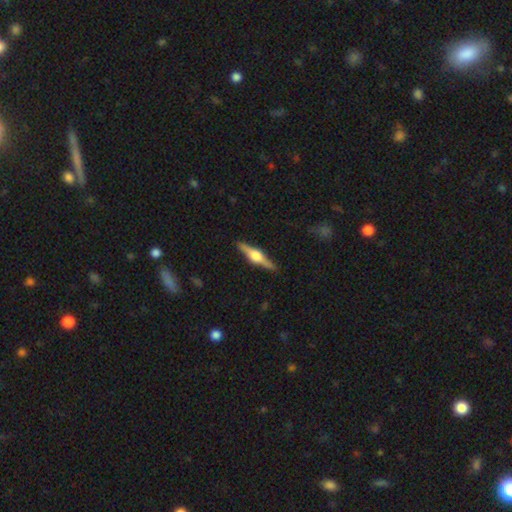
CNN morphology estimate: Smooth or featured? featured or disk (78%)
Edge-on disk? yes (98%)
Edge-on bulge? rounded (92%)
Merging? none (90%)